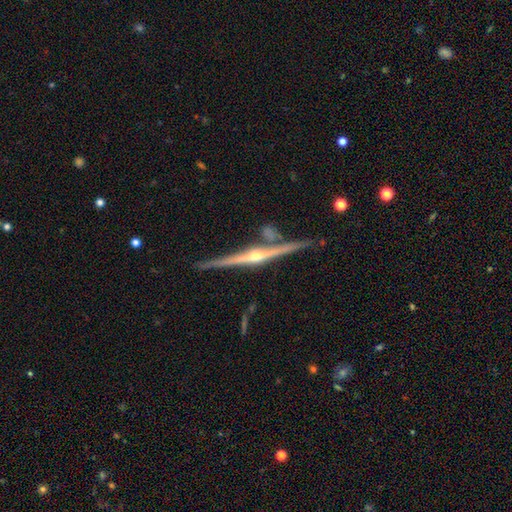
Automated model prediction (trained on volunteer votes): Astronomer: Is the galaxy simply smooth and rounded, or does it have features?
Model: featured or disk — 87%.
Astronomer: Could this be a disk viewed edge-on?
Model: yes — 98%.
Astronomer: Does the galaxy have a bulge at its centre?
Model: rounded — 91%.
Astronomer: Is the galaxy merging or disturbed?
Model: none — 83%.